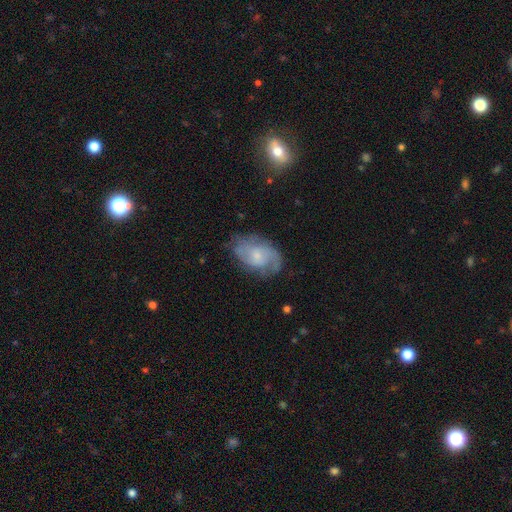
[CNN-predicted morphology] This appears to be a featured or disk galaxy (67%) with no bar (66%), 2 (54%) medium (44%) spiral arms (87%) and a small central bulge (65%). Merging: none (64%).